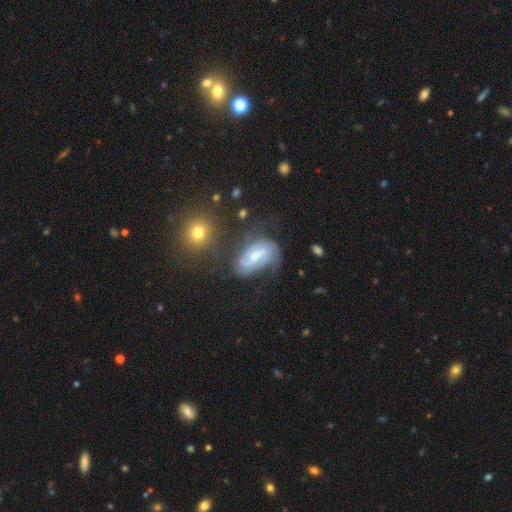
Morphology: type=featured or disk (64%); edge-on=no (92%); bar=weak (61%); spiral arms=yes (91%); winding=tight (38%, tied with medium); arm count=2 (57%); bulge=moderate (74%); merging=none (47%).